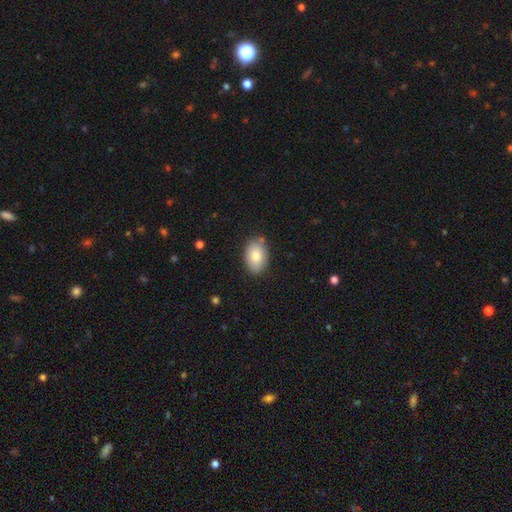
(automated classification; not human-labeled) Smooth or featured?
  - smooth: 82% *
  - featured or disk: 12%
  - star or artifact: 7%
How rounded?
  - in between: 89% *
  - round: 10%
  - cigar-shaped: 1%
Merging?
  - none: 82% *
  - minor disturbance: 13%
  - major disturbance: 3%
  - merger: 2%